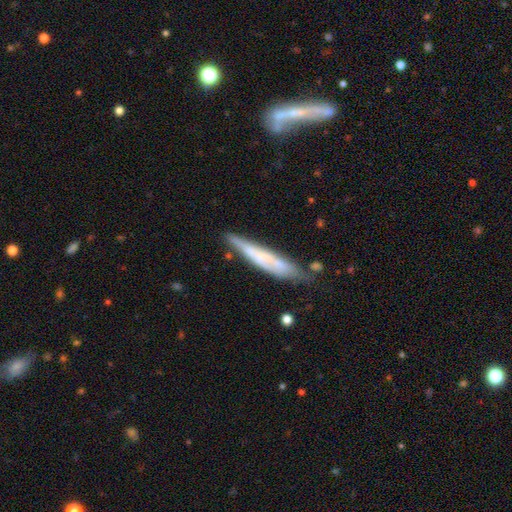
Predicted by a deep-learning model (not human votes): This appears to be a smooth galaxy with no disk features (50%) that is cigar-shaped (87%). Merging: none (61%).